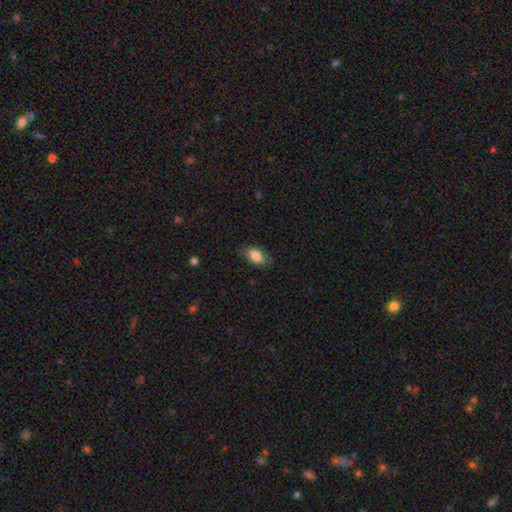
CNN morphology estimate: type=smooth (84%); roundness=in between (91%); merging=none (80%).